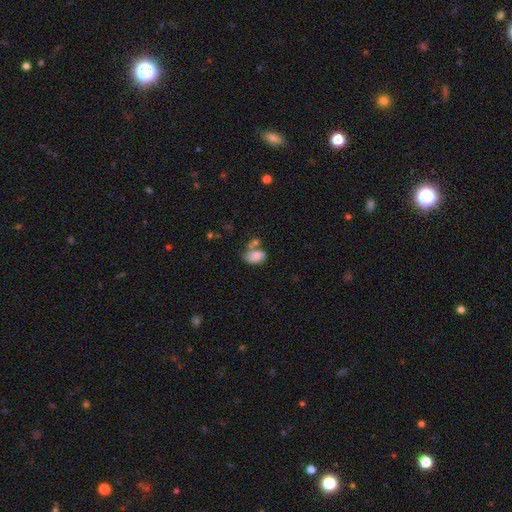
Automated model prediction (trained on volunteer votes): Smooth or featured: smooth — 79% (featured or disk — 12%)
How rounded: in between — 88% (round — 11%)
Merging: none — 38% (merger — 32%)